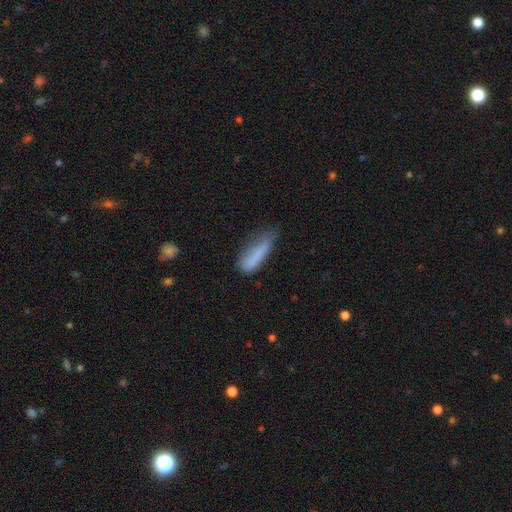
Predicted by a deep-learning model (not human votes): smooth 78%, featured or disk 13%, star or artifact 8%. Down the decision tree: how rounded — cigar-shaped (69%); merging — none (44%).